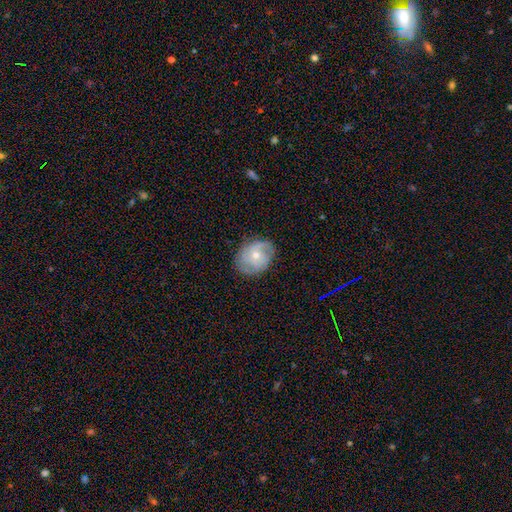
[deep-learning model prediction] The model was most divided on "bulge size": moderate: 50%, small: 46%, large: 2%, none: 1%, dominant: 1%. More confident: edge-on disk — no (97%); spiral arms — yes (80%); bar — no (76%); merging — none (75%); smooth or featured — featured or disk (60%).